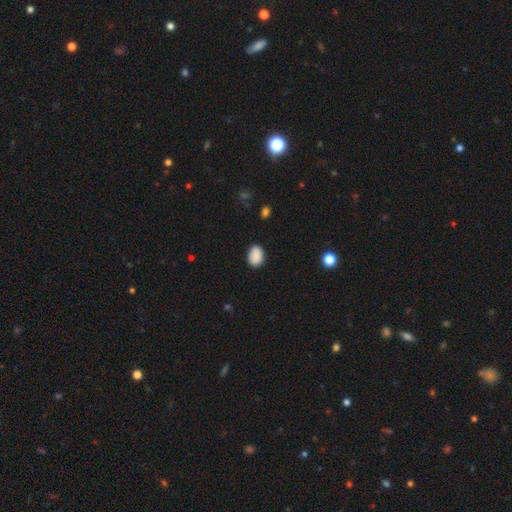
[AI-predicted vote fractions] A smooth galaxy with no disk features (90%) that is in between round and cigar-shaped (79%). Merging: none (85%).